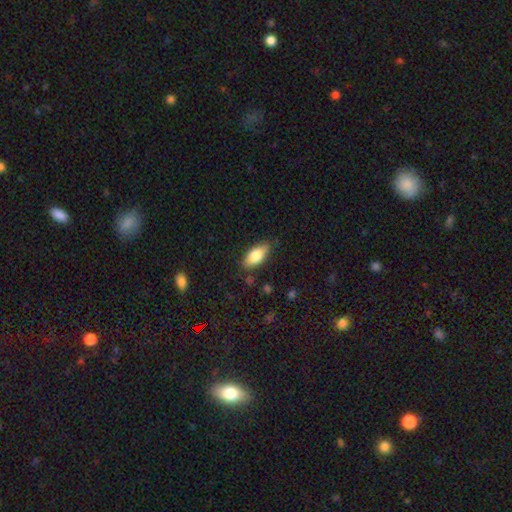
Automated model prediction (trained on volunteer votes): This appears to be a smooth galaxy with no disk features (78%) that is in between round and cigar-shaped (87%). Merging: none (82%).